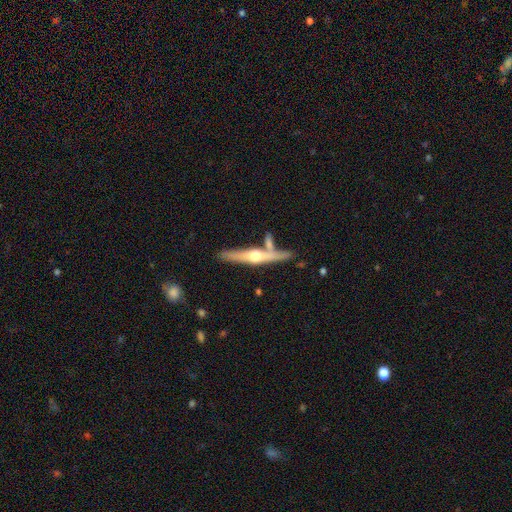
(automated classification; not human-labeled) This appears to be a featured or disk galaxy (71%) viewed edge-on (96%) with a rounded central bulge (92%). Merging: none (71%).